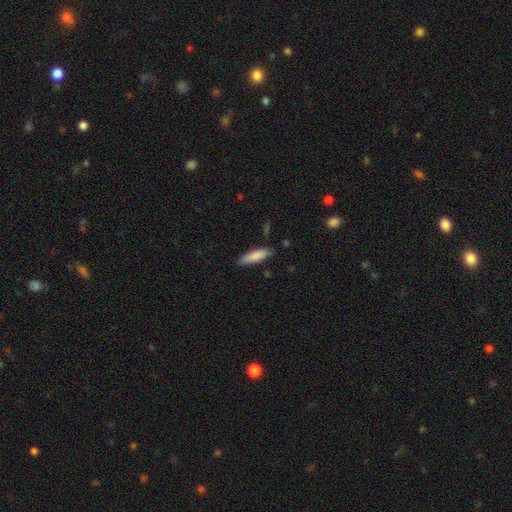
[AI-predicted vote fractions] Q: Smooth or featured?
A: smooth (83%); runner-up: featured or disk (11%)
Q: How rounded?
A: cigar-shaped (61%); runner-up: in between (38%)
Q: Merging?
A: none (82%); runner-up: minor disturbance (14%)